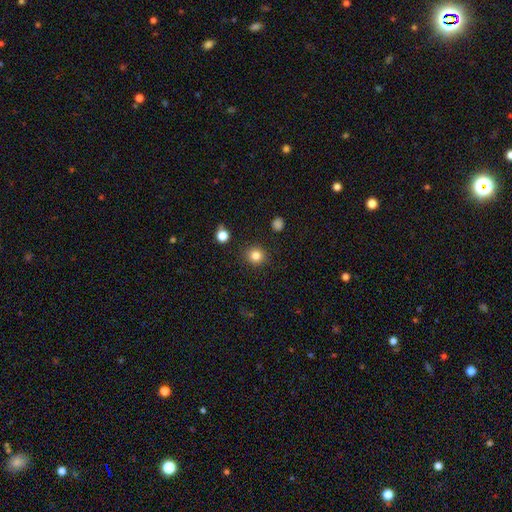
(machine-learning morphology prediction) Smooth or featured? Predicted: smooth (p=0.83). How rounded? Predicted: round (p=0.91). Merging? Predicted: none (p=0.90).